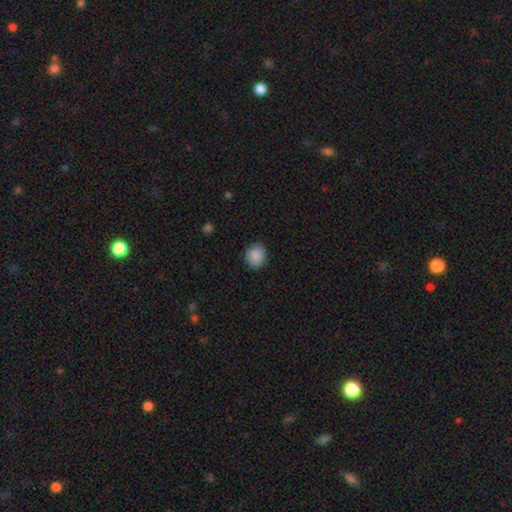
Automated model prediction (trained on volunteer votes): Overall: smooth (89%). How rounded: round (77%). Merging: none (86%).